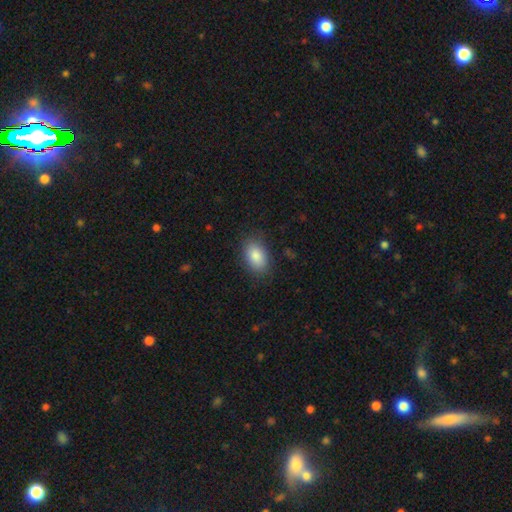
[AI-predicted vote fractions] Smooth or featured? Predicted: smooth (p=0.86). How rounded? Predicted: in between (p=0.90). Merging? Predicted: none (p=0.84).